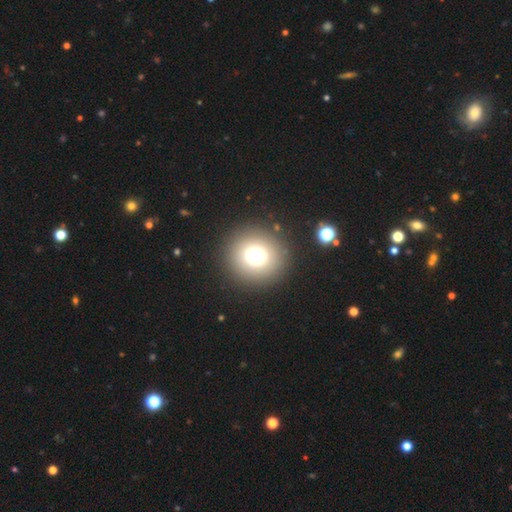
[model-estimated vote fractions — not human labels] smooth-or-featured: smooth: 74% | star or artifact: 14% | featured or disk: 12%
  how-rounded: round: 94% | in between: 5% | cigar-shaped: 1%
  merging: none: 89% | minor disturbance: 6% | major disturbance: 3% | merger: 2%